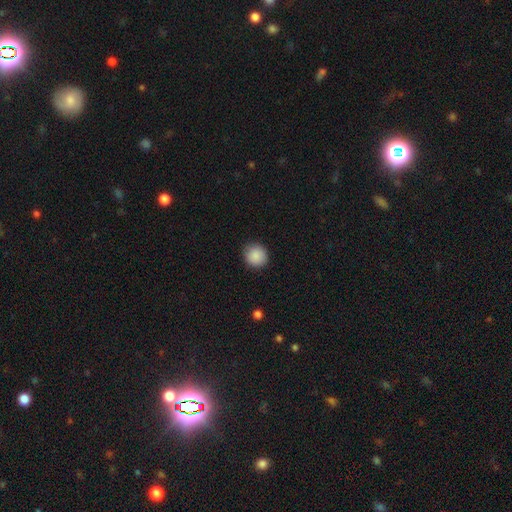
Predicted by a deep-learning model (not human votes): A smooth galaxy with no disk features (88%) that is round (91%). Merging: none (88%).